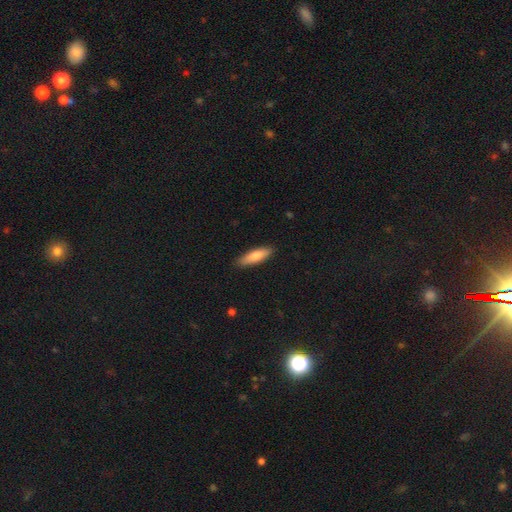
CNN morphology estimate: Q: Smooth or featured?
A: smooth (75%); runner-up: featured or disk (20%)
Q: How rounded?
A: cigar-shaped (65%); runner-up: in between (33%)
Q: Merging?
A: none (88%); runner-up: minor disturbance (9%)